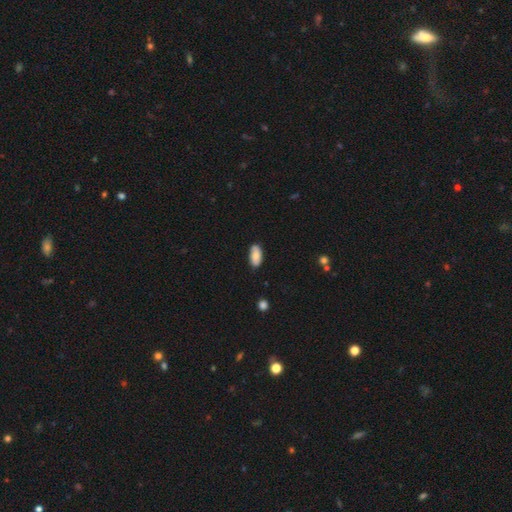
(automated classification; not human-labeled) Smooth or featured? smooth (78%)
How rounded? in between (91%)
Merging? none (79%)